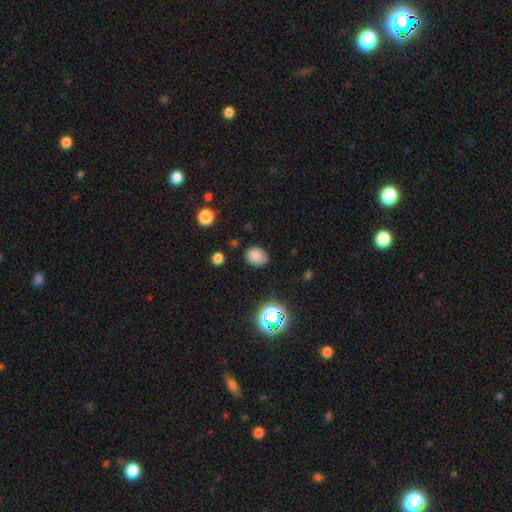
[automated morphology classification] Smooth or featured: smooth — 80% (star or artifact — 14%)
How rounded: in between — 55% (round — 44%)
Merging: none — 74% (minor disturbance — 20%)